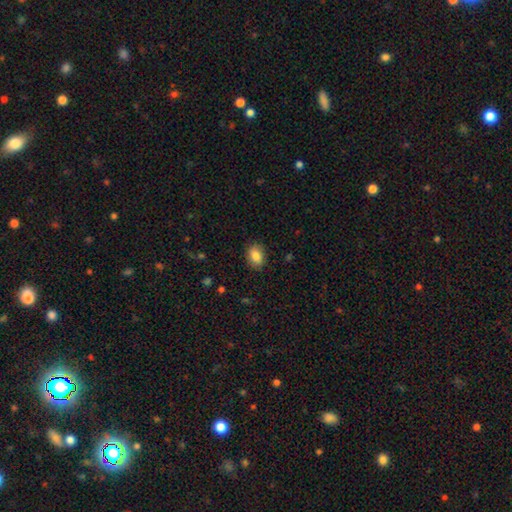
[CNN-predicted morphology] A smooth galaxy with no disk features (86%) that is in between round and cigar-shaped (77%). Merging: none (86%).